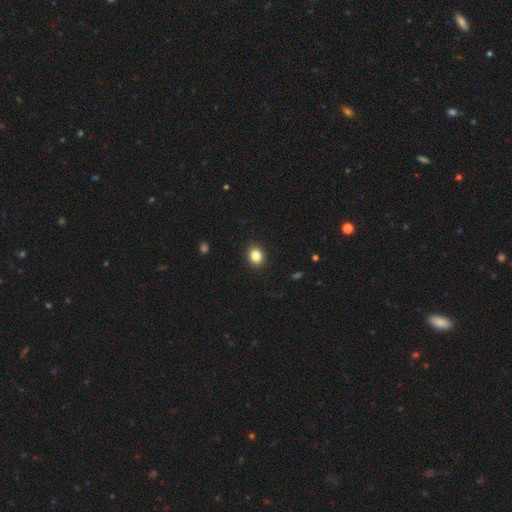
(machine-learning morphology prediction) Smooth or featured: smooth — 84% (star or artifact — 10%)
How rounded: round — 51% (in between — 48%)
Merging: none — 91% (minor disturbance — 6%)